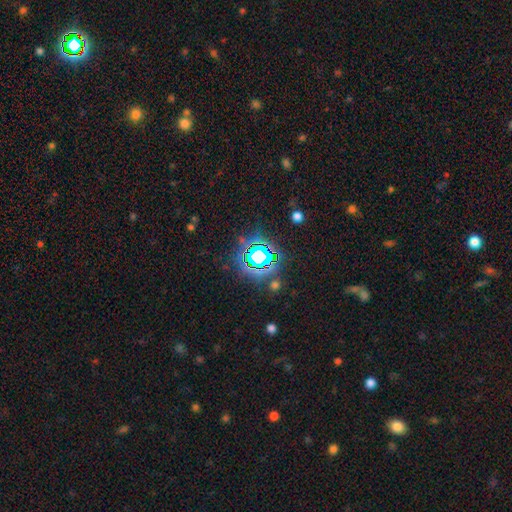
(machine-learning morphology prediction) A star or artifact, not a galaxy (77%).

Vote fractions:
- Smooth or featured? star or artifact: 77% / smooth: 14% / featured or disk: 9%